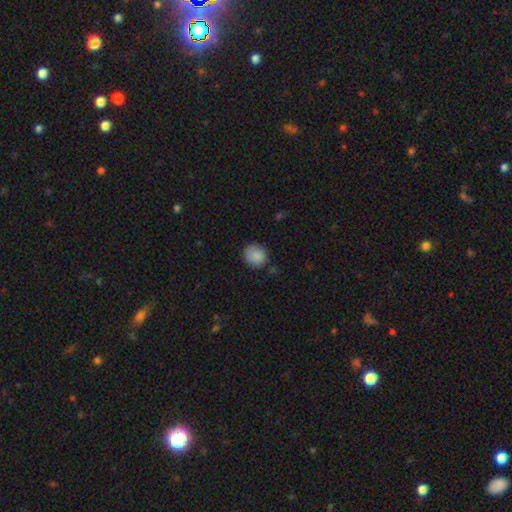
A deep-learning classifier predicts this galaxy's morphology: Overall: smooth (88%). How rounded: round (84%). Merging: none (82%).